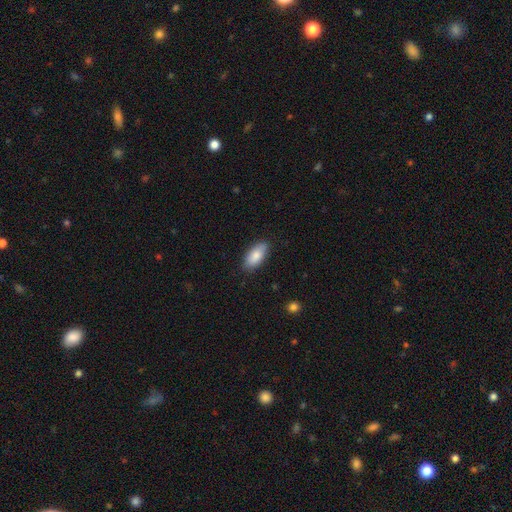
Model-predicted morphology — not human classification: smooth-or-featured: smooth: 85% | featured or disk: 9% | star or artifact: 6%
  how-rounded: in between: 90% | cigar-shaped: 8% | round: 2%
  merging: none: 87% | minor disturbance: 10% | major disturbance: 2% | merger: 1%